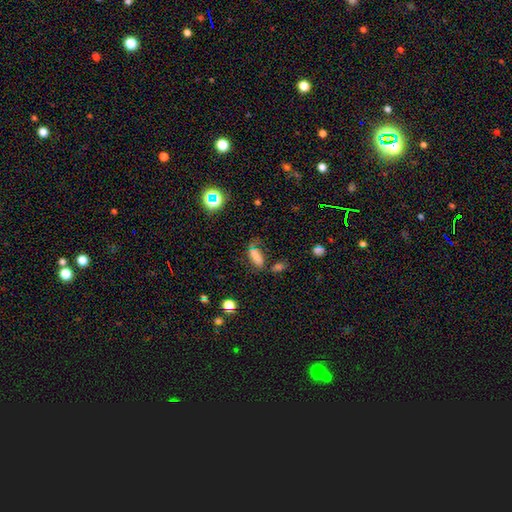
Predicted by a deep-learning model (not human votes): smooth_or_featured: smooth (p=0.67) [alt: featured or disk p=0.18]
how_rounded: in between (p=0.73) [alt: cigar-shaped p=0.23]
merging: none (p=0.49) [alt: minor disturbance p=0.25]